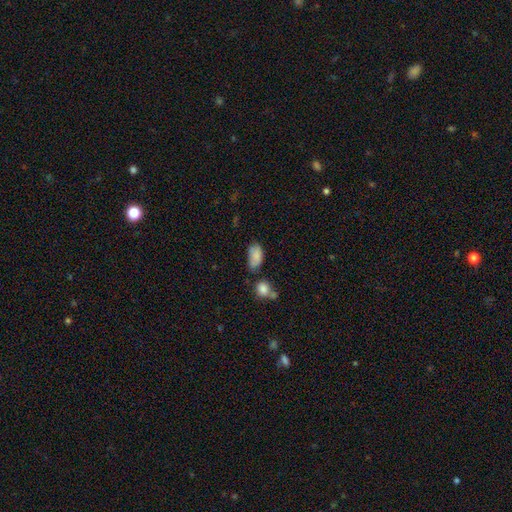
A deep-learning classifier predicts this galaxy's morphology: smooth_or_featured: smooth (p=0.82) [alt: featured or disk p=0.09]
how_rounded: in between (p=0.91) [alt: round p=0.05]
merging: none (p=0.46) [alt: minor disturbance p=0.33]